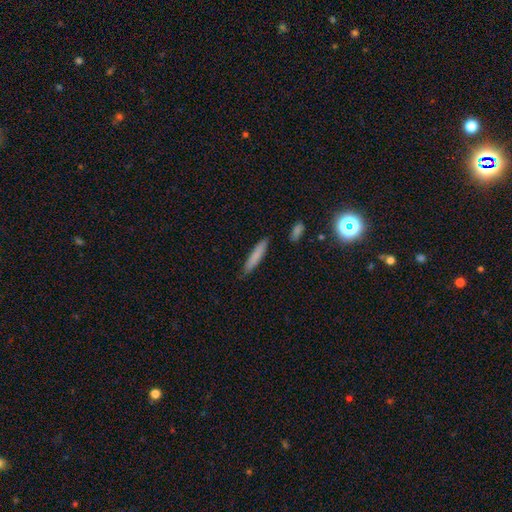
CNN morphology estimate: smooth_or_featured: smooth (p=0.79) [alt: featured or disk p=0.14]
how_rounded: cigar-shaped (p=0.91) [alt: in between p=0.08]
merging: none (p=0.87) [alt: minor disturbance p=0.09]